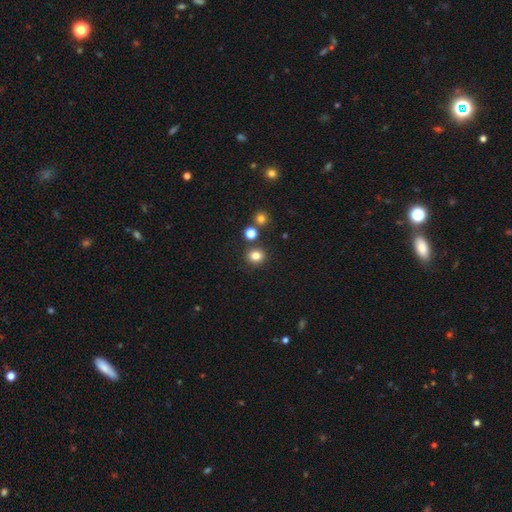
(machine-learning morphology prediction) type=smooth (81%); roundness=round (83%); merging=none (83%).